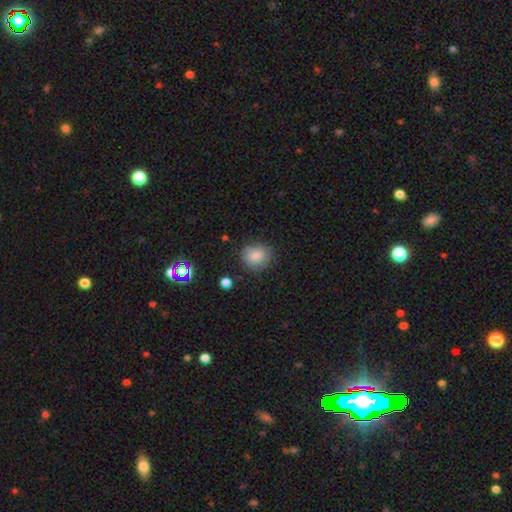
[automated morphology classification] Overall: smooth (84%). How rounded: round (70%). Merging: none (80%).